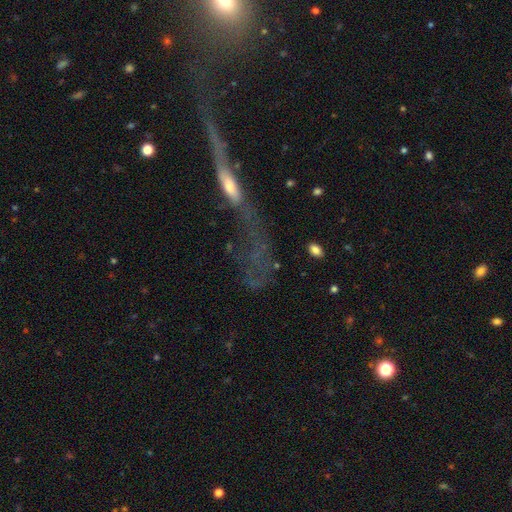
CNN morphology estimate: Smooth or featured? Predicted: featured or disk (p=0.71). Edge-on disk? Predicted: no (p=0.51). Merging? Predicted: major disturbance (p=0.39).